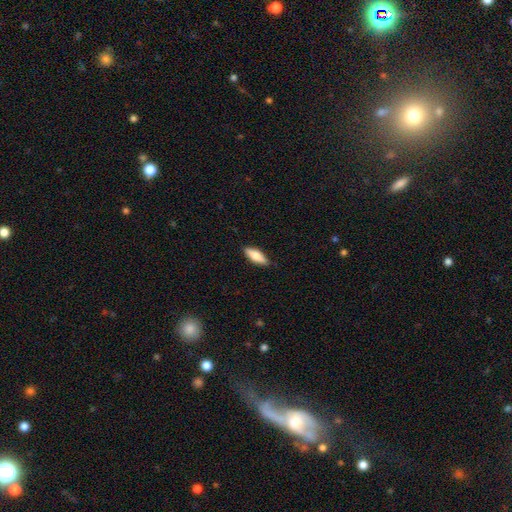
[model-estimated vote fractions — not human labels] Overall: smooth (74%). How rounded: in between (62%; cigar-shaped 35%). Merging: none (86%).